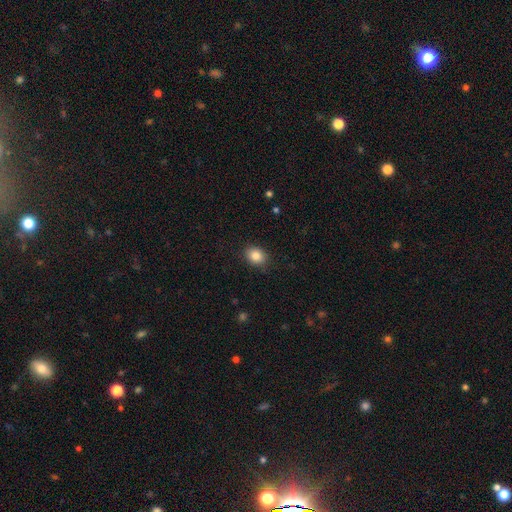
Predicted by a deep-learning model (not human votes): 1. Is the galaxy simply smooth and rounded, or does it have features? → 85% smooth, 9% star or artifact, 6% featured or disk.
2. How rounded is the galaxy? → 54% in between, 45% round, 1% cigar-shaped.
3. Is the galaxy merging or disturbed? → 87% none, 10% minor disturbance, 2% major disturbance, 1% merger.